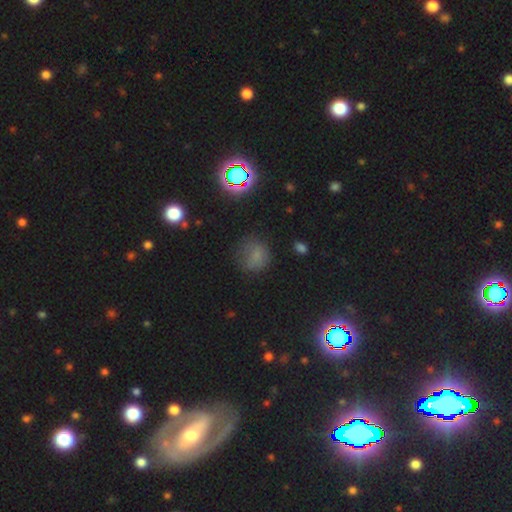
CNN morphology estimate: A smooth galaxy with no disk features (62%) that is round (77%). Merging: none (65%).